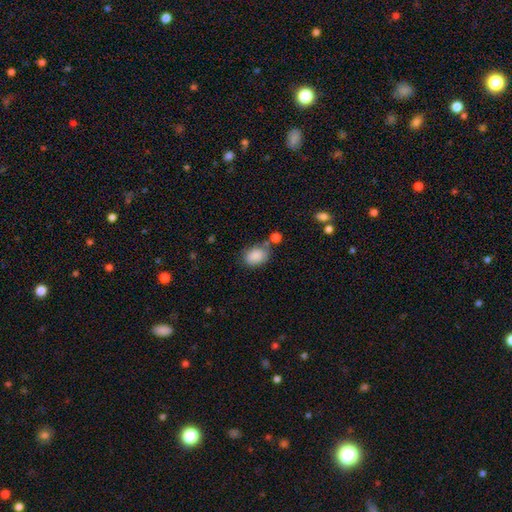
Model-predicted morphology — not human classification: The model was most divided on "merging": none: 61%, minor disturbance: 21%, merger: 12%, major disturbance: 6%. More confident: smooth or featured — smooth (87%); how rounded — in between (77%).